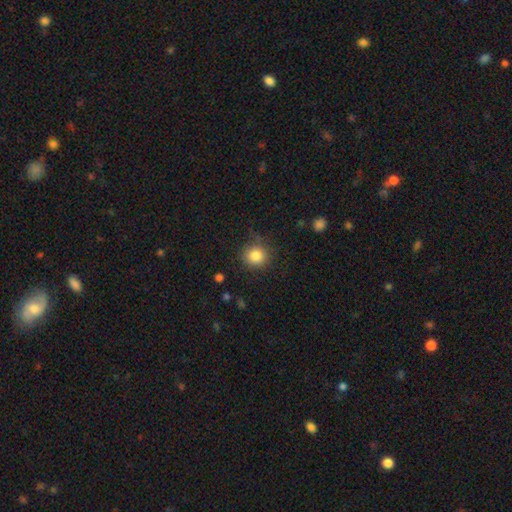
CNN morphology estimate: A smooth galaxy with no disk features (84%) that is round (88%). Merging: none (82%).